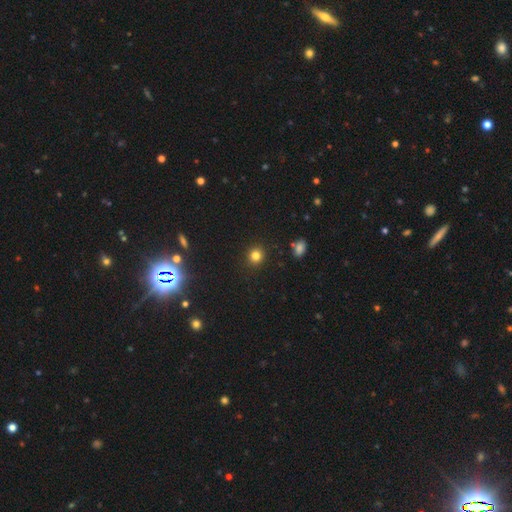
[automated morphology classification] A smooth galaxy with no disk features (80%) that is round (88%).

Vote fractions:
- Smooth or featured? smooth: 80% / star or artifact: 14% / featured or disk: 5%
- How rounded? round: 88% / in between: 11% / cigar-shaped: 1%
- Merging? none: 91% / minor disturbance: 6% / major disturbance: 2% / merger: 2%